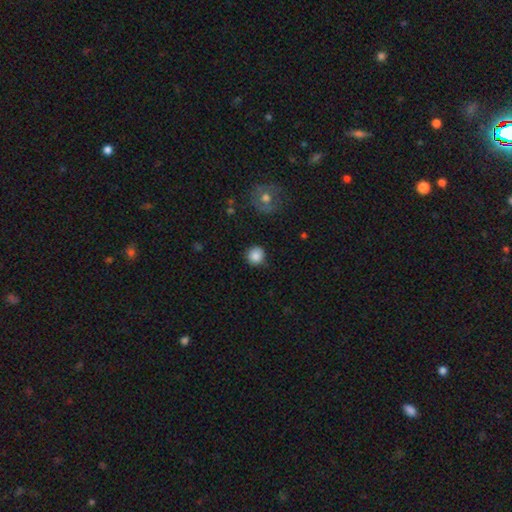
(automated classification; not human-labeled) Smooth or featured?
  - smooth: 86% *
  - star or artifact: 10%
  - featured or disk: 4%
How rounded?
  - round: 94% *
  - in between: 5%
  - cigar-shaped: 1%
Merging?
  - none: 86% *
  - minor disturbance: 10%
  - major disturbance: 2%
  - merger: 1%